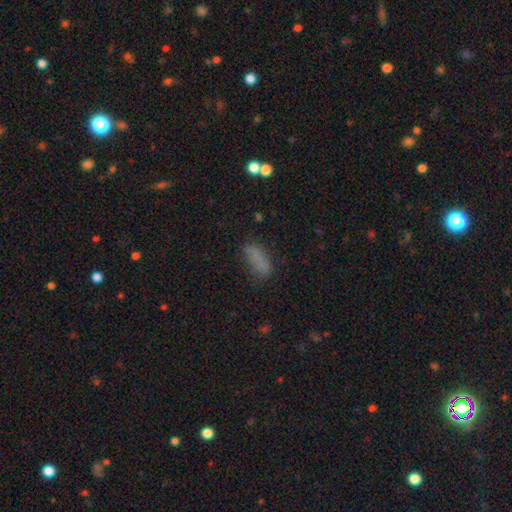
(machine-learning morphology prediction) A smooth galaxy with no disk features (76%) that is in between round and cigar-shaped (67%).

Vote fractions:
- Smooth or featured? smooth: 76% / star or artifact: 14% / featured or disk: 10%
- How rounded? in between: 67% / cigar-shaped: 29% / round: 3%
- Merging? none: 61% / minor disturbance: 23% / major disturbance: 12% / merger: 4%